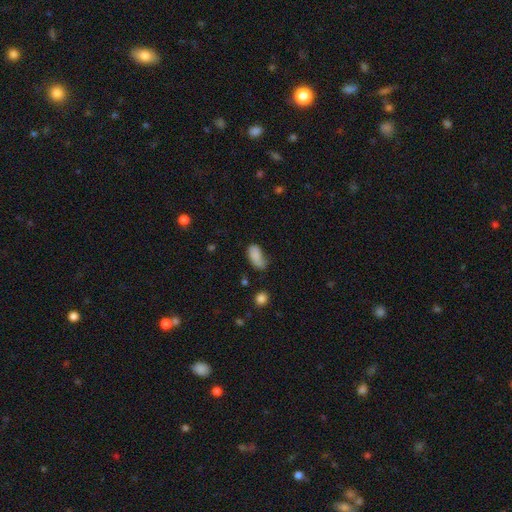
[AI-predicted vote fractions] Smooth or featured? smooth (80%)
How rounded? in between (91%)
Merging? none (41%)